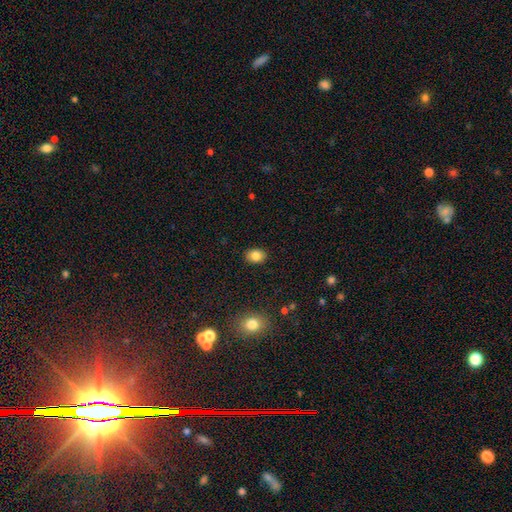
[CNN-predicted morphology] type=smooth (83%); roundness=in between (63%); merging=none (89%).